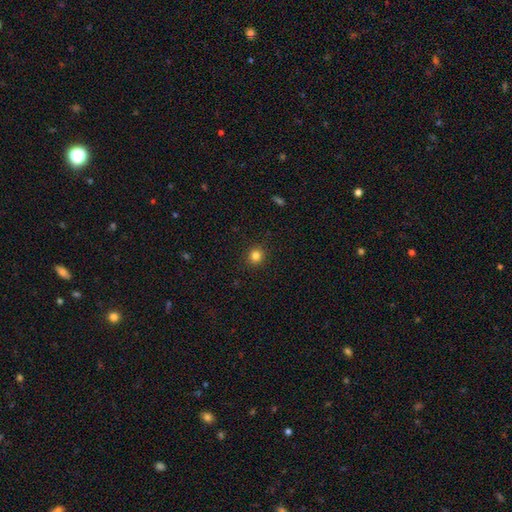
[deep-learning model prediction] The model was most divided on "smooth or featured": smooth: 82%, star or artifact: 12%, featured or disk: 5%. More confident: merging — none (92%); how rounded — round (89%).